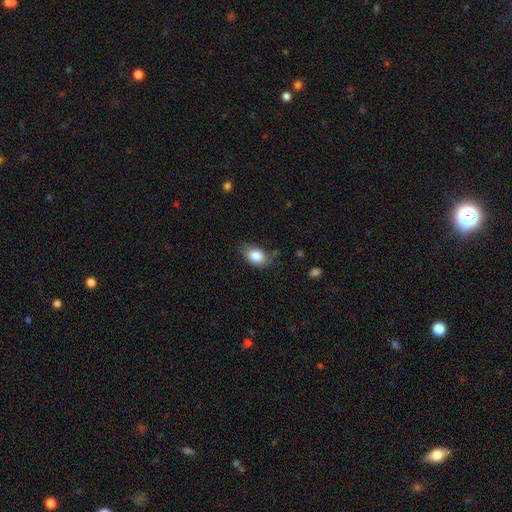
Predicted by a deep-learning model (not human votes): Overall: smooth (84%). How rounded: in between (84%). Merging: none (73%).